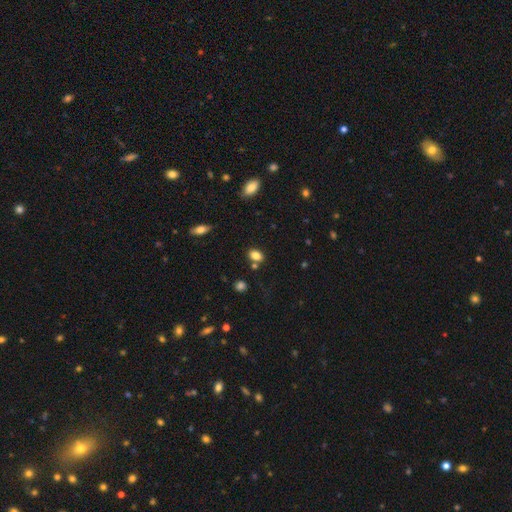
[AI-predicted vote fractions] Q: Smooth or featured?
A: smooth (83%); runner-up: star or artifact (11%)
Q: How rounded?
A: in between (77%); runner-up: round (22%)
Q: Merging?
A: none (73%); runner-up: minor disturbance (12%)